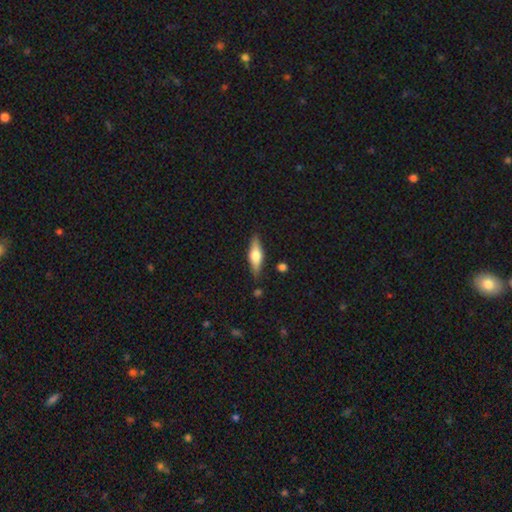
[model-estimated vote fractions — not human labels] smooth-or-featured: featured or disk: 50% | smooth: 43% | star or artifact: 6%
  disk-edge-on: yes: 93% | no: 7%
  merging: none: 85% | minor disturbance: 11% | major disturbance: 2% | merger: 2%